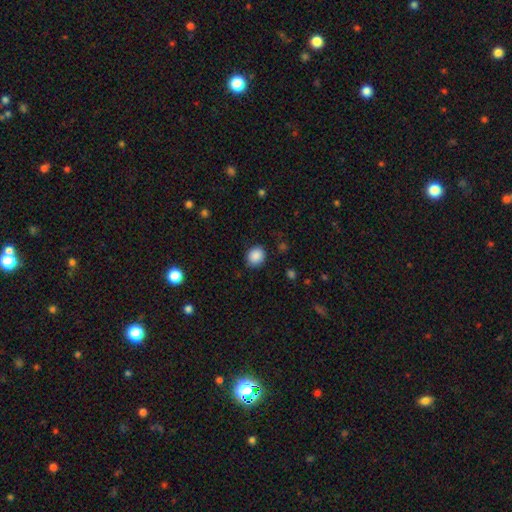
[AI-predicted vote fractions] Q: Smooth or featured?
A: smooth (88%); runner-up: star or artifact (8%)
Q: How rounded?
A: round (68%); runner-up: in between (31%)
Q: Merging?
A: none (85%); runner-up: minor disturbance (11%)